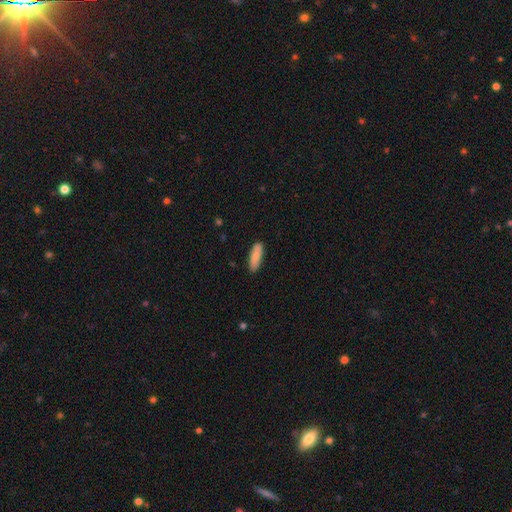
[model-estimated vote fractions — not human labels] smooth 82%, featured or disk 13%, star or artifact 6%. Down the decision tree: how rounded — in between (54%); merging — none (85%).